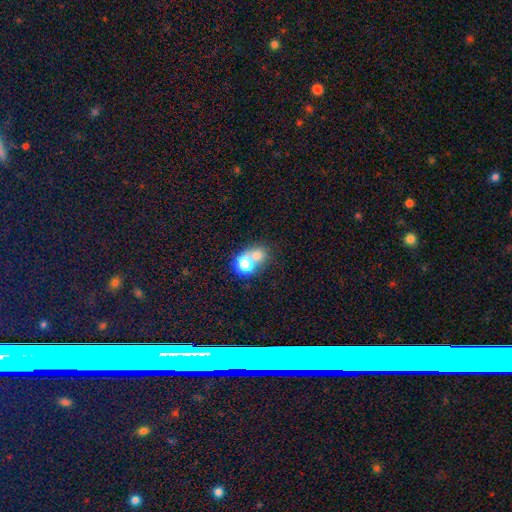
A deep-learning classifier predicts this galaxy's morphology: Smooth or featured? smooth (67%)
How rounded? round (71%)
Merging? merger (59%)